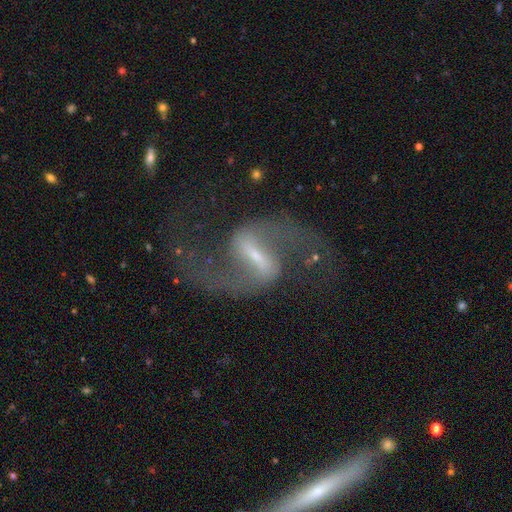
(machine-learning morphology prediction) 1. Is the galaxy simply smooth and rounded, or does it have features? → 91% featured or disk, 5% star or artifact, 4% smooth.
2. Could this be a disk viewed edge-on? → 97% no, 3% yes.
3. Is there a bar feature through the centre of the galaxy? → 62% strong, 31% weak, 7% no.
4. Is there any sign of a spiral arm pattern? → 97% yes, 3% no.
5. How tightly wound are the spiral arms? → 76% loose, 20% medium, 4% tight.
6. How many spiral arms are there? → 94% 2, 1% 1, 1% can't tell, 1% 3, 1% 4, 1% more than 4.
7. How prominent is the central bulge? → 62% small, 23% moderate, 9% none, 4% large, 2% dominant.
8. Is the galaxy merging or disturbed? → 74% none, 13% major disturbance, 10% minor disturbance, 3% merger.